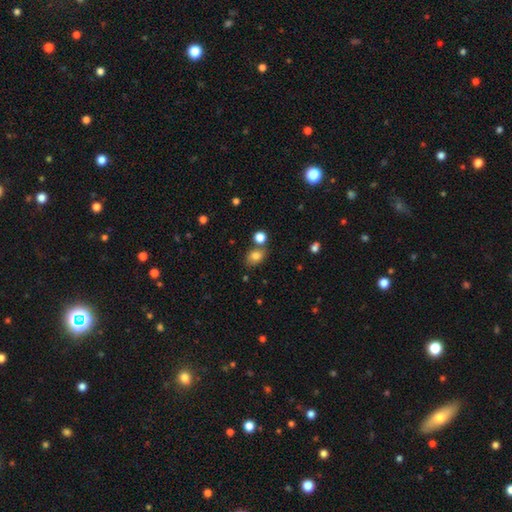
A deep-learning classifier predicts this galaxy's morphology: smooth 80%, star or artifact 12%, featured or disk 8%. Down the decision tree: how rounded — in between (61%); merging — none (66%).